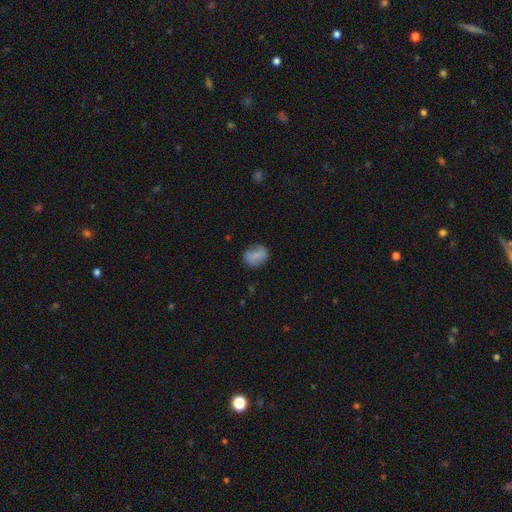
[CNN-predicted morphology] A smooth galaxy with no disk features (76%) that is in between round and cigar-shaped (63%). Merging: none (69%).